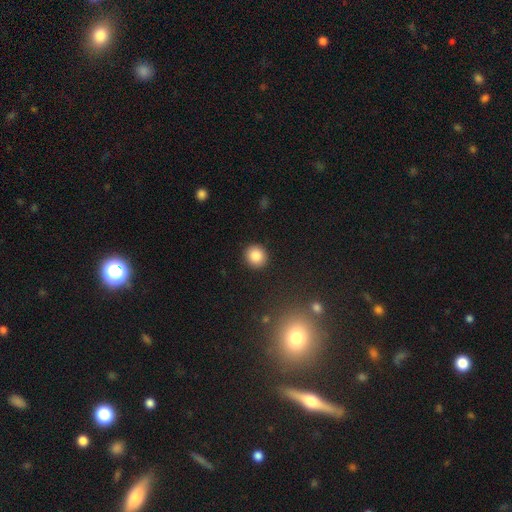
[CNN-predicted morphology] The model was most divided on "smooth or featured": smooth: 86%, star or artifact: 9%, featured or disk: 4%. More confident: merging — none (92%); how rounded — round (90%).